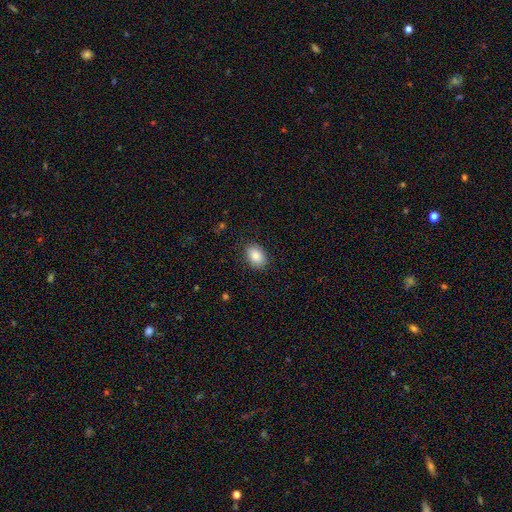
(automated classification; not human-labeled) Morphology: type=smooth (86%); roundness=in between (79%); merging=none (86%).